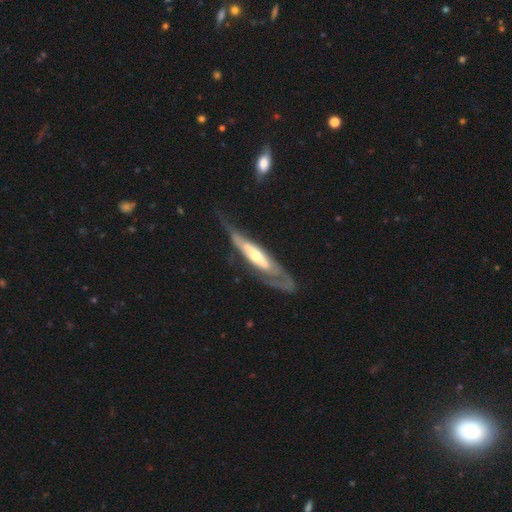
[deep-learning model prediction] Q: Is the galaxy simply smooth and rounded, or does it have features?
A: featured or disk — 75%.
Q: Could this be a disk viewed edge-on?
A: no — 60%.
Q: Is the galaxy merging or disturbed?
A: none — 48%.